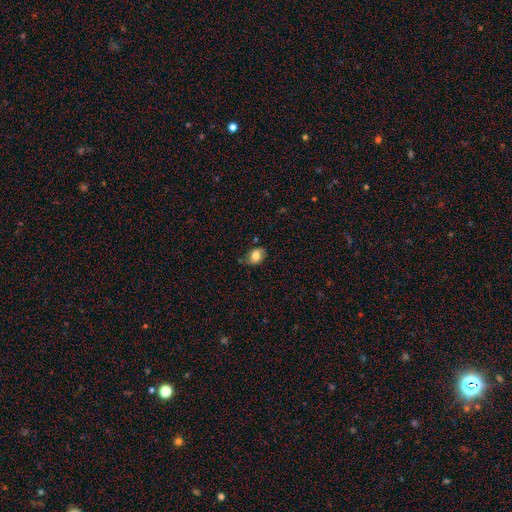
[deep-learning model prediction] A smooth galaxy with no disk features (71%) that is in between round and cigar-shaped (71%).

Vote fractions:
- Smooth or featured? smooth: 71% / featured or disk: 20% / star or artifact: 9%
- How rounded? in between: 71% / round: 28% / cigar-shaped: 1%
- Merging? none: 69% / minor disturbance: 24% / major disturbance: 5% / merger: 2%